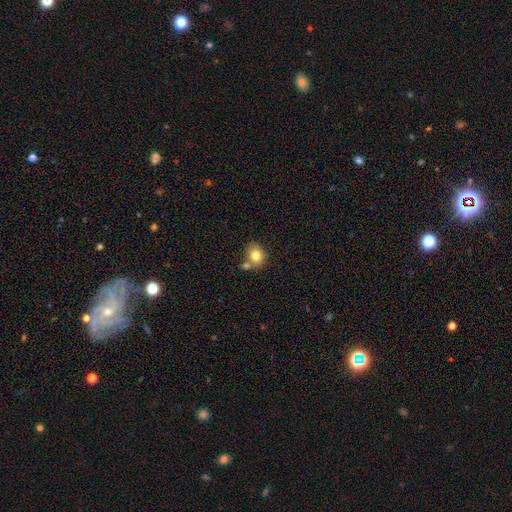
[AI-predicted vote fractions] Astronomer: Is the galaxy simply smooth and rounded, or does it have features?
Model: smooth — 79%.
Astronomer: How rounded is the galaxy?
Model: round — 58% (runner-up: in between, 41%).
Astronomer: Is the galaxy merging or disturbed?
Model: none — 54%.